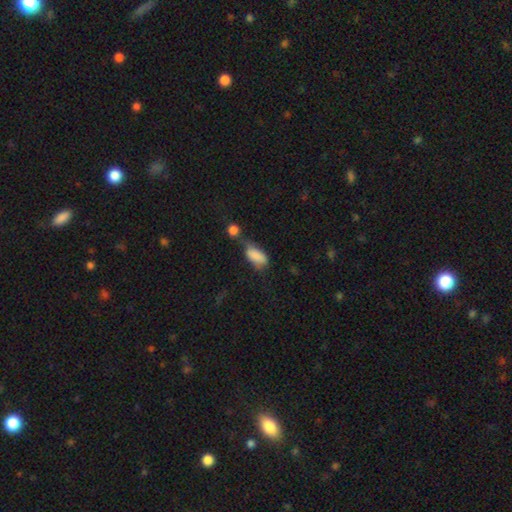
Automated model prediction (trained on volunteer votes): This is clearly a smooth galaxy (83%). How rounded: clearly in between (90%). Merging: marginally merger (31%).